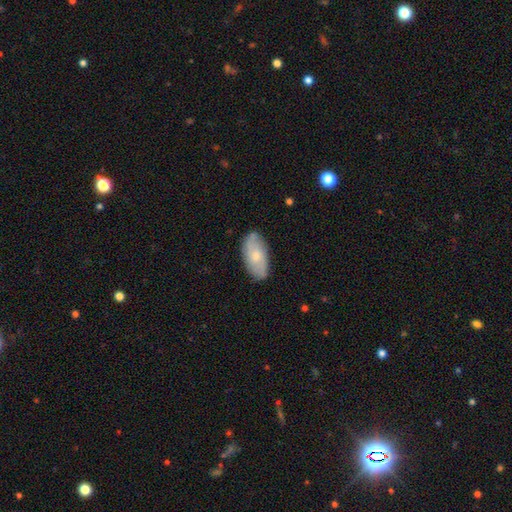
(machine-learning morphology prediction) This is possibly a smooth galaxy (57%). How rounded: clearly in between (92%). Merging: likely none (79%).